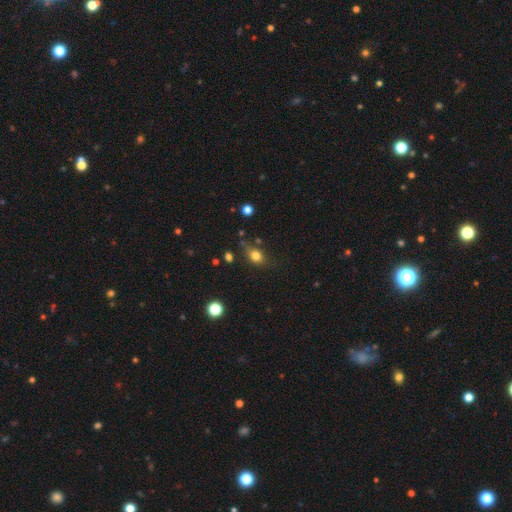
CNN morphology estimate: This appears to be a smooth galaxy with no disk features (80%) that is in between round and cigar-shaped (58%). Merging: none (67%).